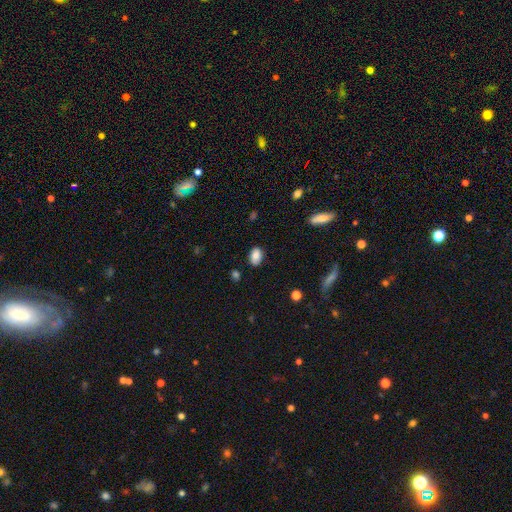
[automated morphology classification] A smooth galaxy with no disk features (85%) that is in between round and cigar-shaped (86%).

Vote fractions:
- Smooth or featured? smooth: 85% / star or artifact: 8% / featured or disk: 7%
- How rounded? in between: 86% / round: 13% / cigar-shaped: 1%
- Merging? none: 80% / minor disturbance: 15% / major disturbance: 3% / merger: 2%